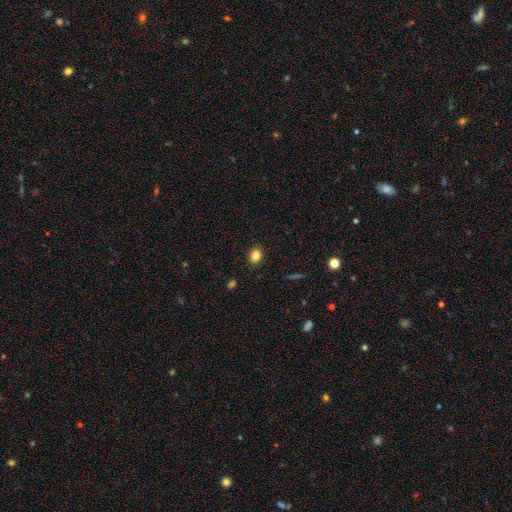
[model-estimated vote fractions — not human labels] This appears to be a smooth galaxy with no disk features (84%) that is round (58%). Merging: none (90%).